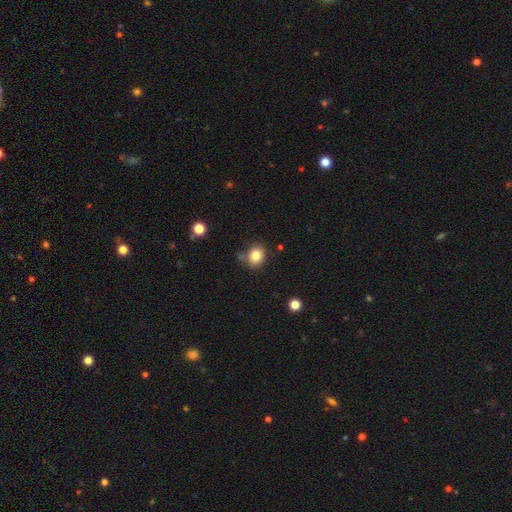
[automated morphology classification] Smooth or featured? smooth (82%)
How rounded? round (69%)
Merging? none (75%)